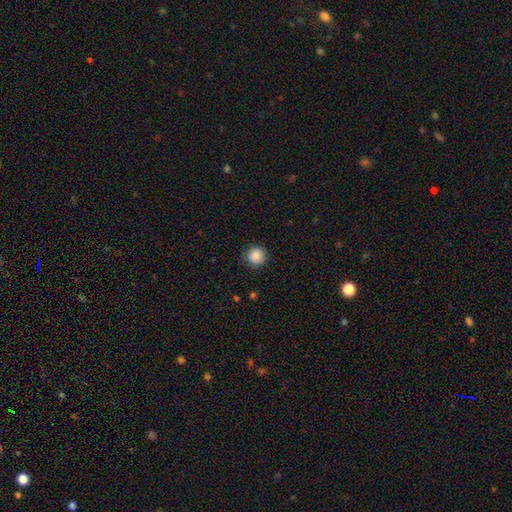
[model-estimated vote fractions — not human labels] Smooth or featured? smooth (87%)
How rounded? round (95%)
Merging? none (88%)